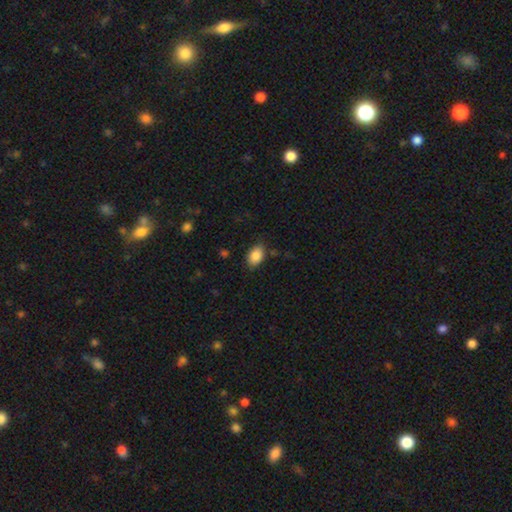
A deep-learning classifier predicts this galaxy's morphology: This appears to be a smooth galaxy with no disk features (87%) that is in between round and cigar-shaped (85%). Merging: none (81%).